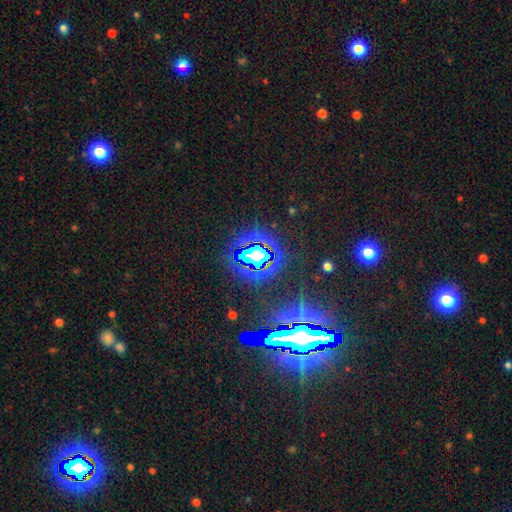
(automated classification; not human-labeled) Smooth or featured: star or artifact — 71% (smooth — 18%)